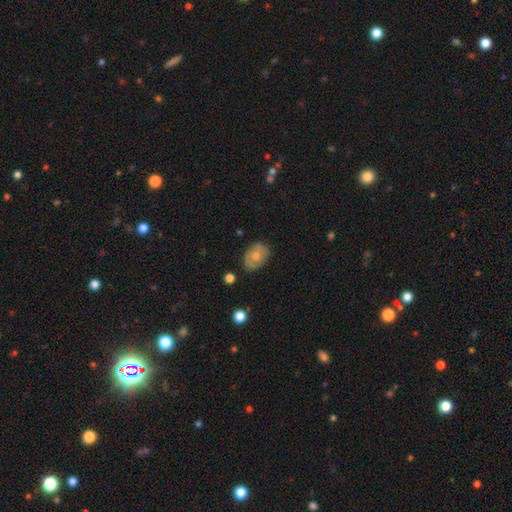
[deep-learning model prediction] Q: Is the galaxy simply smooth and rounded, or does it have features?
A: smooth — 56%.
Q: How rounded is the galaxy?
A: in between — 74%.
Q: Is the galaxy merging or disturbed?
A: none — 73%.